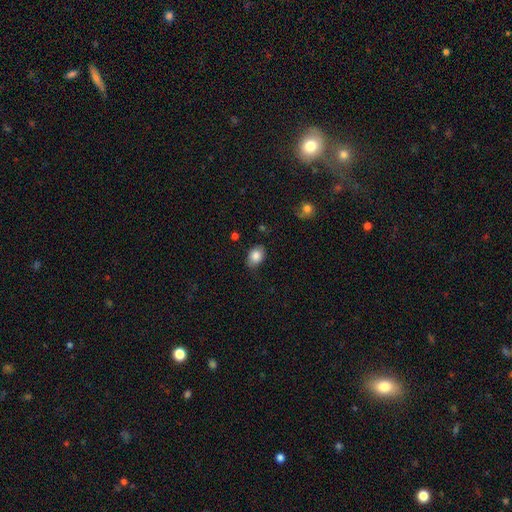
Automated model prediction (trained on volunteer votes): smooth 85%, featured or disk 8%, star or artifact 8%. Down the decision tree: how rounded — in between (80%); merging — none (78%).